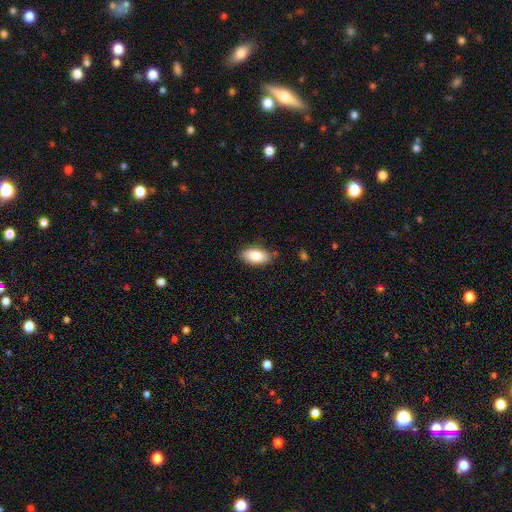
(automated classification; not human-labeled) This is clearly a smooth galaxy (84%). How rounded: clearly in between (92%). Merging: clearly none (83%).